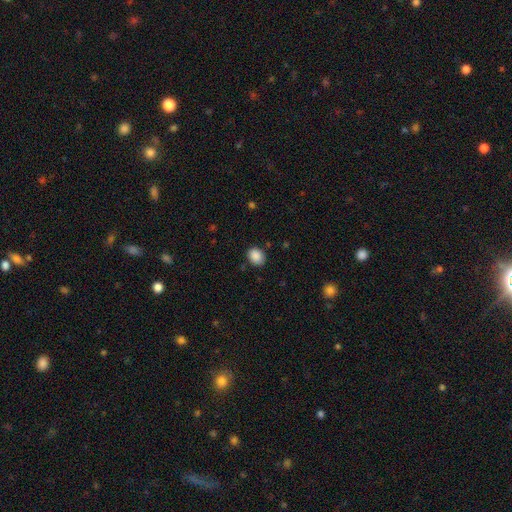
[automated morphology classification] Smooth or featured?
  - smooth: 89% *
  - star or artifact: 8%
  - featured or disk: 3%
How rounded?
  - in between: 58% *
  - round: 41%
  - cigar-shaped: 1%
Merging?
  - none: 82% *
  - minor disturbance: 14%
  - major disturbance: 3%
  - merger: 2%